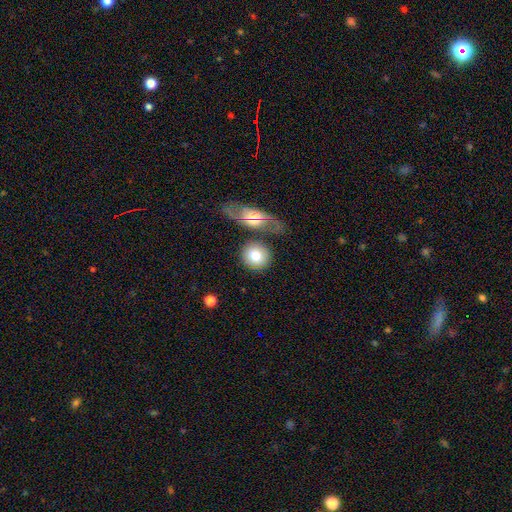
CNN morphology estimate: Smooth or featured? Predicted: smooth (p=0.76). How rounded? Predicted: round (p=0.85). Merging? Predicted: none (p=0.69).